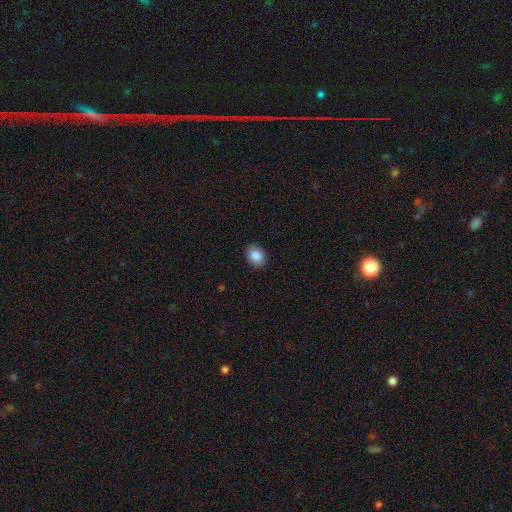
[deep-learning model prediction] This appears to be a smooth galaxy with no disk features (88%) that is in between round and cigar-shaped (70%). Merging: none (89%).